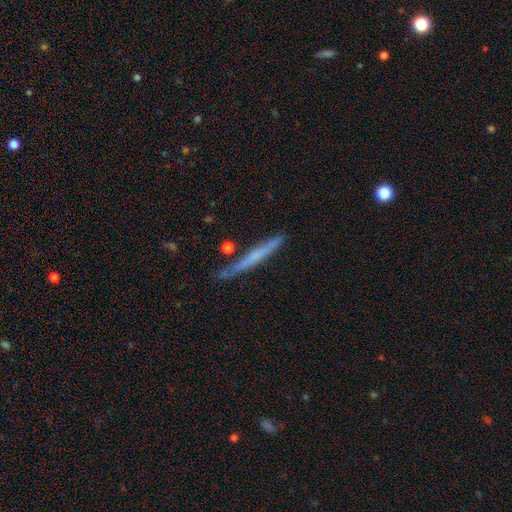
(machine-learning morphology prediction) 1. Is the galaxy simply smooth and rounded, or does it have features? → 48% smooth, 46% featured or disk, 6% star or artifact.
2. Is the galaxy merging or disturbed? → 79% none, 14% minor disturbance, 3% merger, 3% major disturbance.